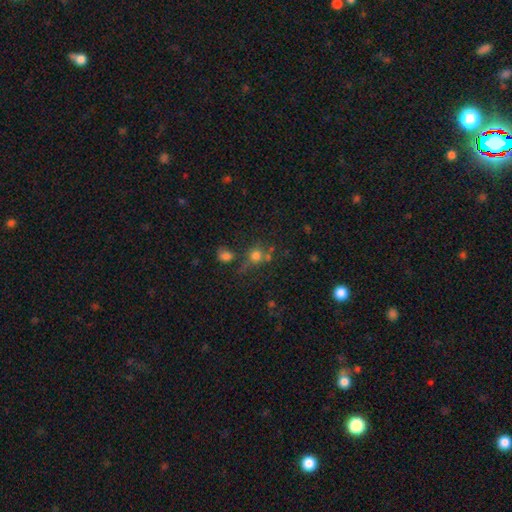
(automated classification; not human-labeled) A smooth galaxy with no disk features (72%) that is round (86%). Merging: none (53%).